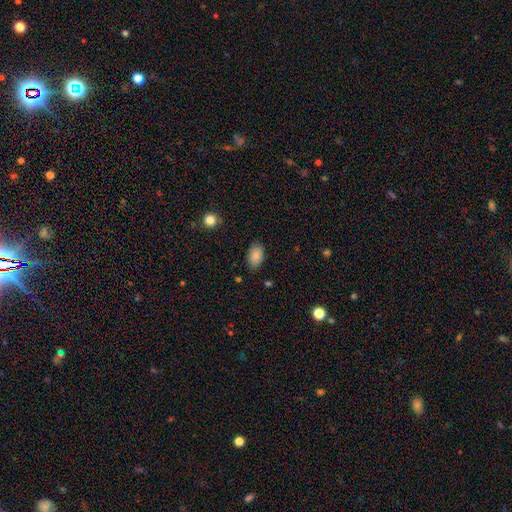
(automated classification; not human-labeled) Q: Smooth or featured?
A: smooth (87%); runner-up: star or artifact (8%)
Q: How rounded?
A: in between (90%); runner-up: round (8%)
Q: Merging?
A: none (83%); runner-up: minor disturbance (13%)